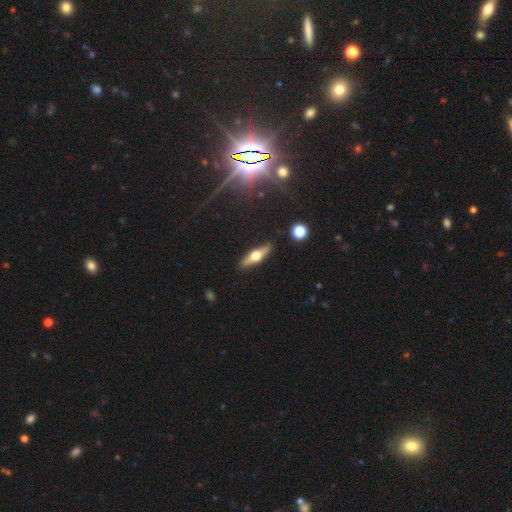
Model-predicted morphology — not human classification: featured or disk 61%, smooth 33%, star or artifact 6%. Down the decision tree: edge-on disk — yes (94%); edge-on bulge — rounded (95%); merging — none (89%).